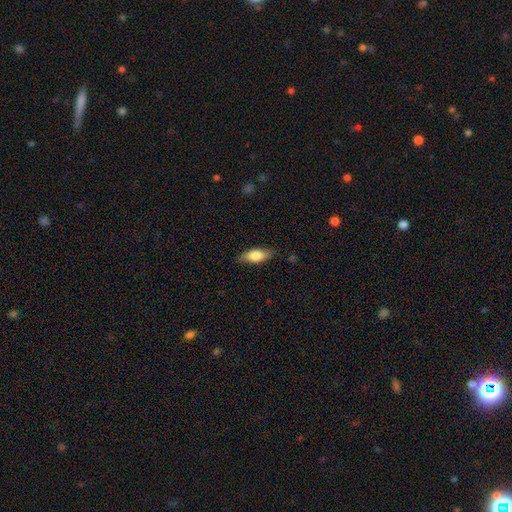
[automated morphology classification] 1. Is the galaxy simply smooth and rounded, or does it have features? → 70% smooth, 24% featured or disk, 6% star or artifact.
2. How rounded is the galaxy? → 75% in between, 22% cigar-shaped, 3% round.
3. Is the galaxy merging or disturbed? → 81% none, 15% minor disturbance, 3% major disturbance, 1% merger.